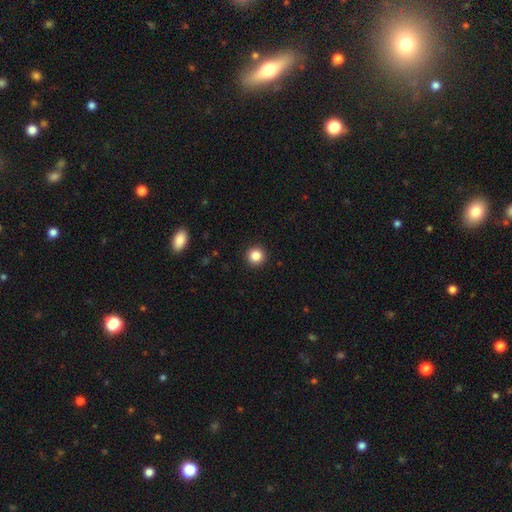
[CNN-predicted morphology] smooth_or_featured: smooth (p=0.85) [alt: star or artifact p=0.11]
how_rounded: round (p=0.95) [alt: in between p=0.04]
merging: none (p=0.93) [alt: minor disturbance p=0.04]